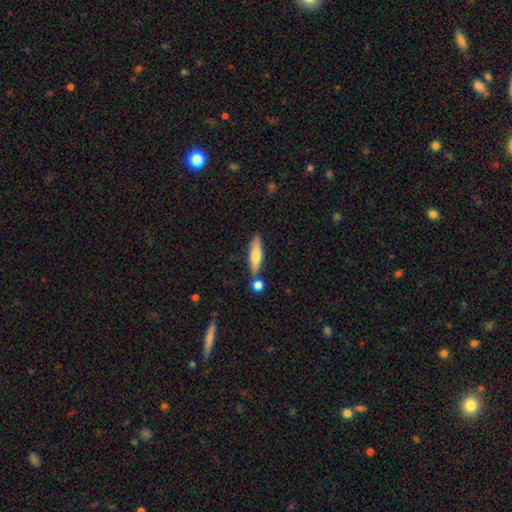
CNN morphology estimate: This appears to be a smooth galaxy with no disk features (65%) that is cigar-shaped (68%). Merging: none (71%).